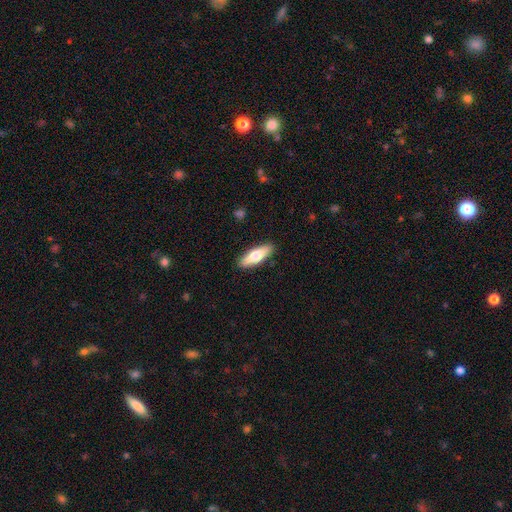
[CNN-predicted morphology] This appears to be a smooth galaxy with no disk features (67%) that is in between round and cigar-shaped (49%). Merging: none (89%).